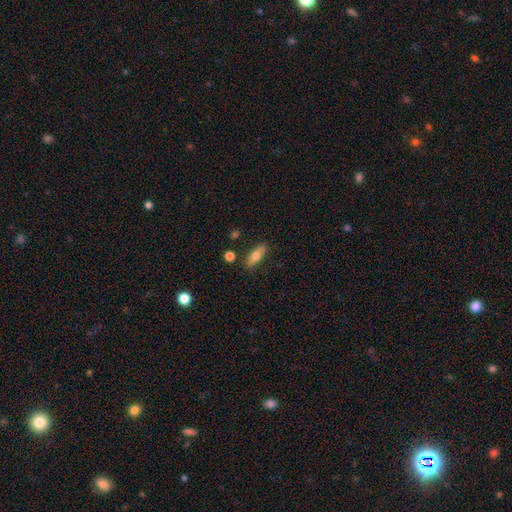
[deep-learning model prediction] The model was most divided on "how rounded": in between: 61%, cigar-shaped: 35%, round: 4%. More confident: merging — none (81%); smooth or featured — smooth (68%).